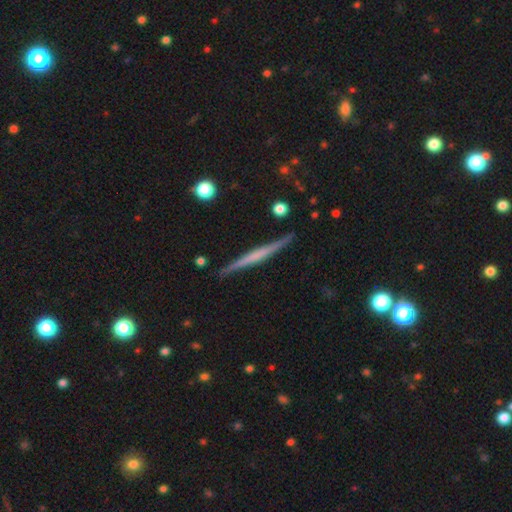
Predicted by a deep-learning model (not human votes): Morphology: type=featured or disk (63%); edge-on=yes (98%); edge-on bulge=none (67%); merging=none (90%).